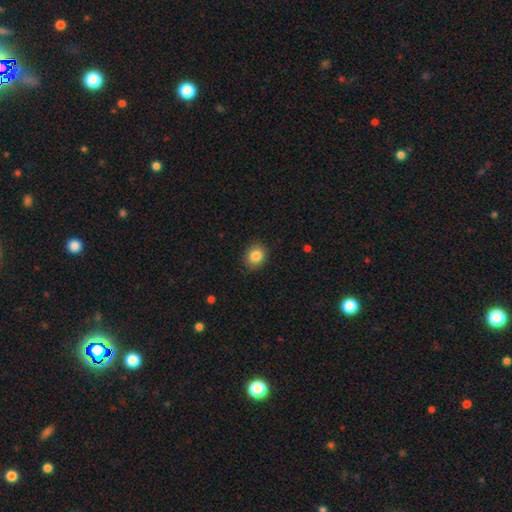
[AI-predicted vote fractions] smooth 85%, star or artifact 9%, featured or disk 6%. Down the decision tree: how rounded — round (66%); merging — none (88%).